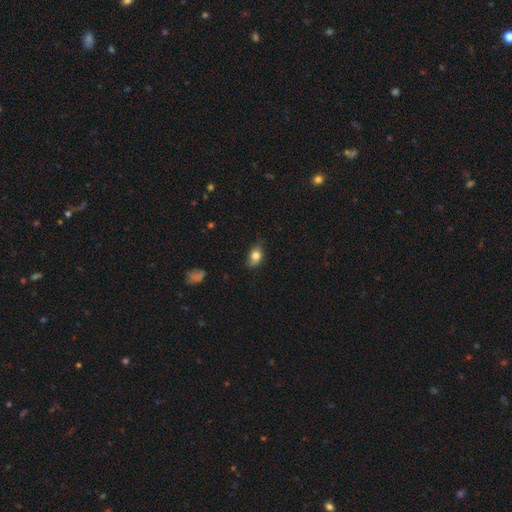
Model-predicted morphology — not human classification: Q: Smooth or featured?
A: smooth (80%); runner-up: featured or disk (11%)
Q: How rounded?
A: in between (76%); runner-up: round (22%)
Q: Merging?
A: none (65%); runner-up: minor disturbance (28%)